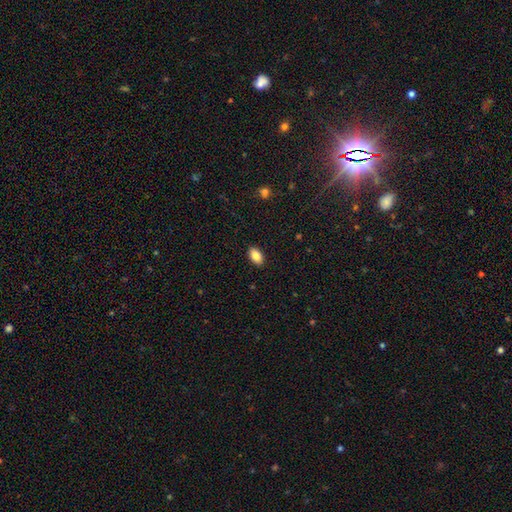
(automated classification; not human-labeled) Q: Smooth or featured?
A: smooth (86%); runner-up: star or artifact (8%)
Q: How rounded?
A: in between (91%); runner-up: round (8%)
Q: Merging?
A: none (90%); runner-up: minor disturbance (8%)